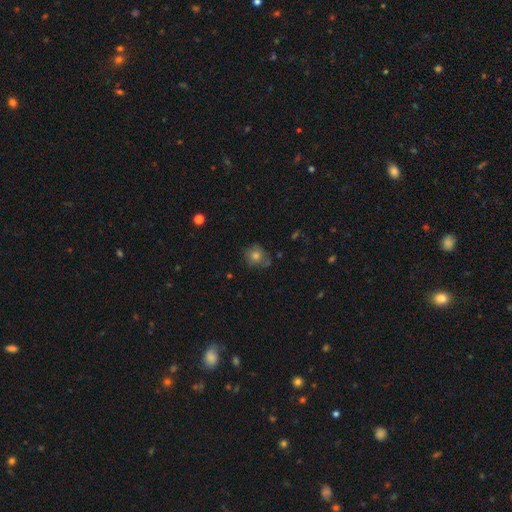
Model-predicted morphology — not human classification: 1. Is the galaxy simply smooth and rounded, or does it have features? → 73% smooth, 15% star or artifact, 12% featured or disk.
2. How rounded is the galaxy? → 82% round, 17% in between, 1% cigar-shaped.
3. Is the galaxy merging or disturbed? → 71% none, 20% minor disturbance, 5% major disturbance, 4% merger.